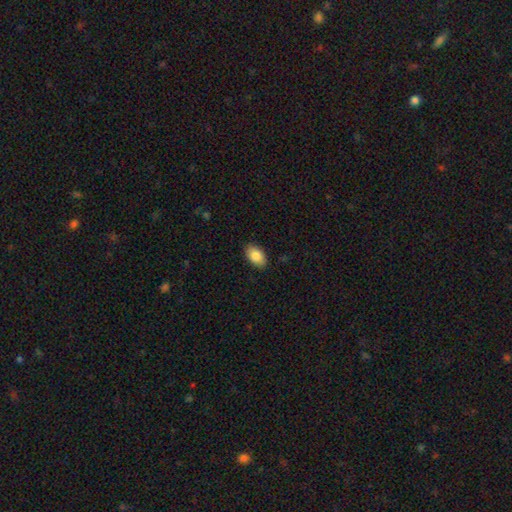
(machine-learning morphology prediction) type=smooth (86%); roundness=in between (93%); merging=none (88%).